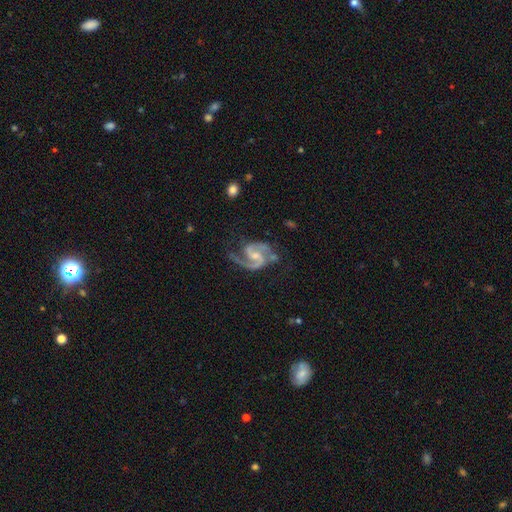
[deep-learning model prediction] A featured or disk galaxy (93%) with a weak bar (47%), 2 (91%) medium (64%) spiral arms (98%) and a small central bulge (52%). Merging: none (60%).